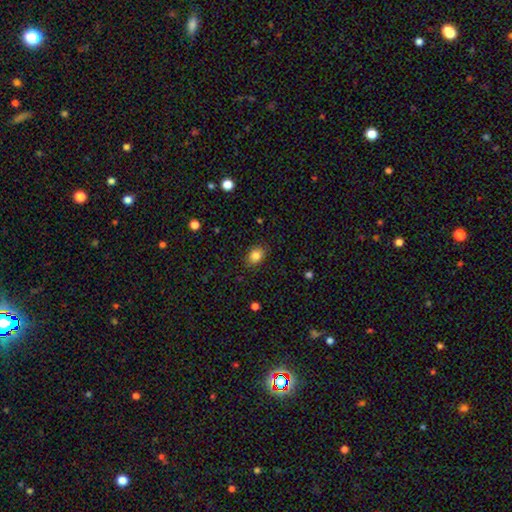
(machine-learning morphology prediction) Smooth or featured?
  - smooth: 84% *
  - star or artifact: 10%
  - featured or disk: 6%
How rounded?
  - in between: 66% *
  - round: 33%
  - cigar-shaped: 1%
Merging?
  - none: 87% *
  - minor disturbance: 10%
  - major disturbance: 2%
  - merger: 1%